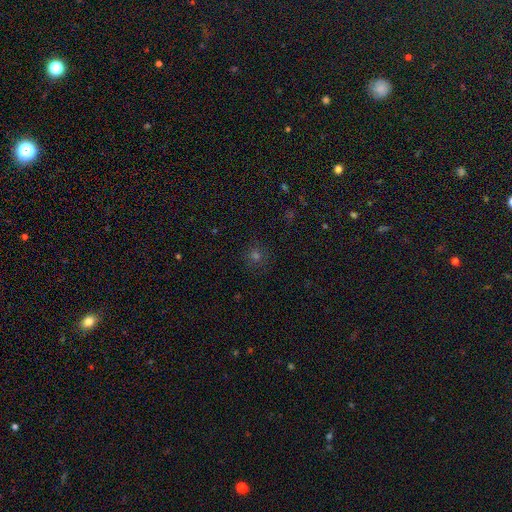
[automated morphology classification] Smooth or featured? smooth (62%)
How rounded? round (91%)
Merging? none (87%)